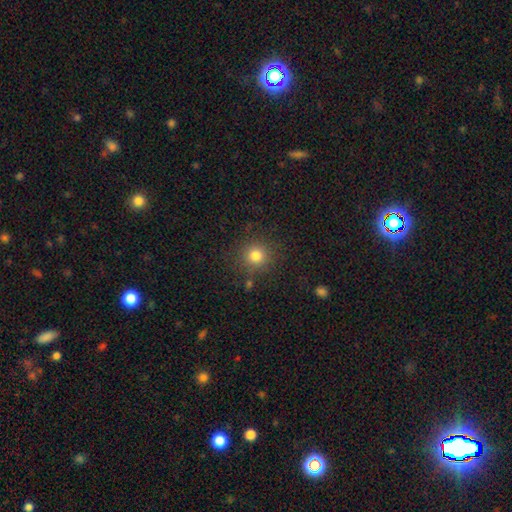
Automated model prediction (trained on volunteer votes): Morphology: type=smooth (80%); roundness=round (93%); merging=none (86%).